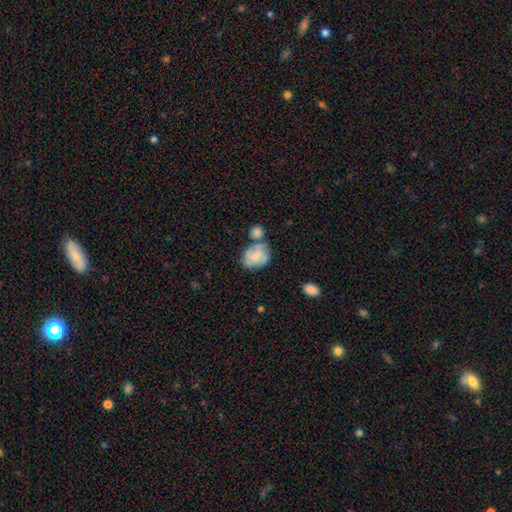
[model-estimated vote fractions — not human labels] A smooth galaxy with no disk features (60%) that is in between round and cigar-shaped (59%).

Vote fractions:
- Smooth or featured? smooth: 60% / featured or disk: 33% / star or artifact: 7%
- How rounded? in between: 59% / round: 40% / cigar-shaped: 1%
- Merging? none: 41% / merger: 25% / minor disturbance: 24% / major disturbance: 10%